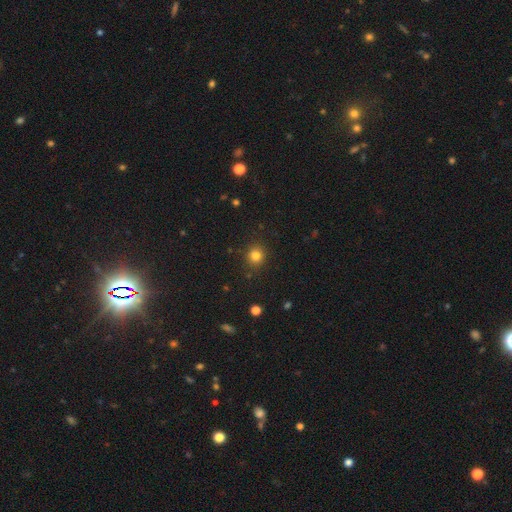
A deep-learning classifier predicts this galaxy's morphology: smooth 81%, star or artifact 14%, featured or disk 5%. Down the decision tree: how rounded — round (88%); merging — none (88%).